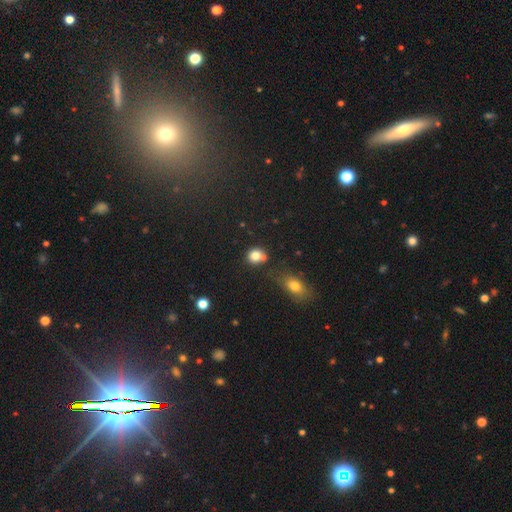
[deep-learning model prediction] Overall: smooth (81%). How rounded: round (73%). Merging: none (62%).